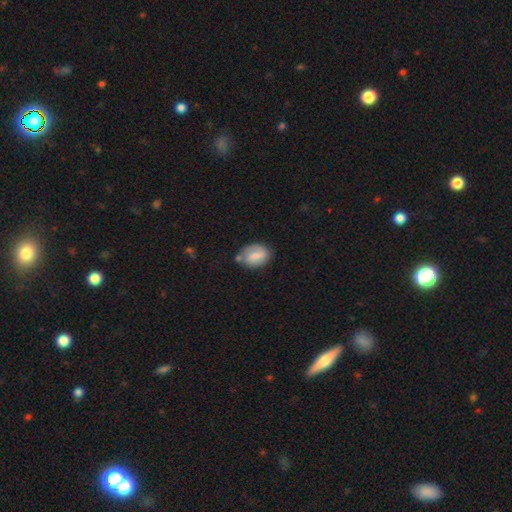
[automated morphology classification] This appears to be a smooth galaxy with no disk features (55%) that is in between round and cigar-shaped (78%). Merging: none (62%).